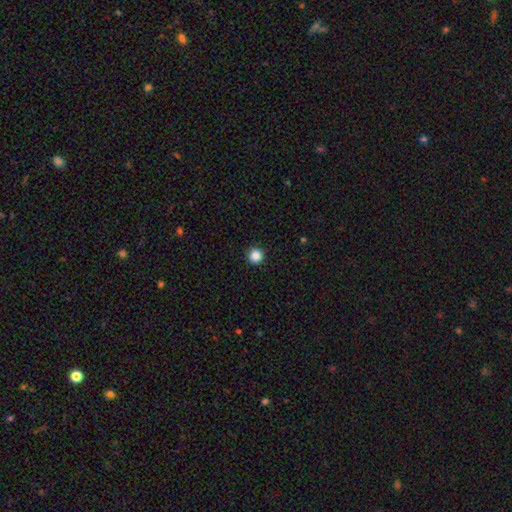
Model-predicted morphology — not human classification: This is clearly a smooth galaxy (86%). How rounded: clearly round (96%). Merging: clearly none (93%).